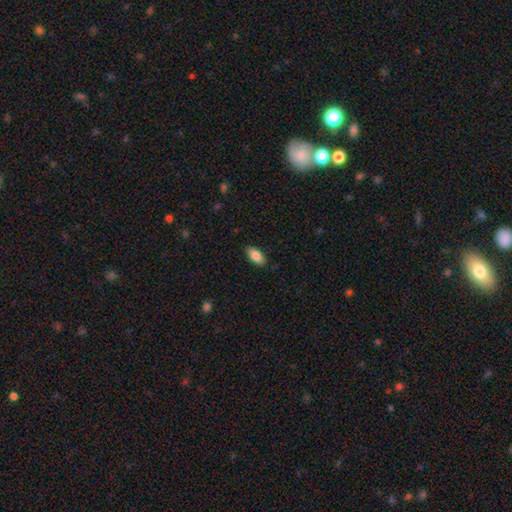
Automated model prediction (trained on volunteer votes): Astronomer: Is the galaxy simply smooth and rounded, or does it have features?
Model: smooth — 86%.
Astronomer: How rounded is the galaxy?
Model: in between — 92%.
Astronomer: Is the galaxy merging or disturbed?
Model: none — 87%.